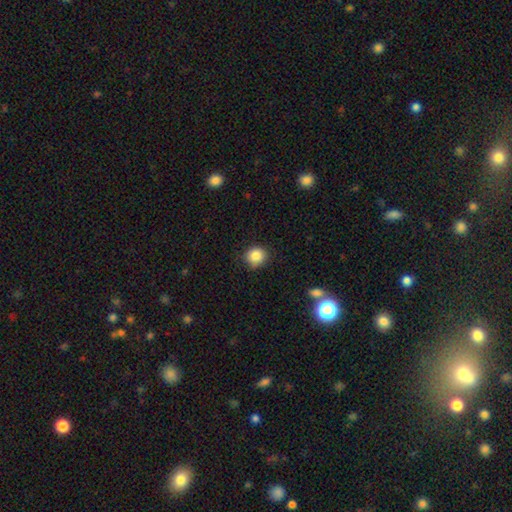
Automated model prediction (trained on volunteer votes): A smooth galaxy with no disk features (84%) that is round (85%).

Vote fractions:
- Smooth or featured? smooth: 84% / star or artifact: 10% / featured or disk: 5%
- How rounded? round: 85% / in between: 14% / cigar-shaped: 1%
- Merging? none: 80% / minor disturbance: 16% / major disturbance: 3% / merger: 2%